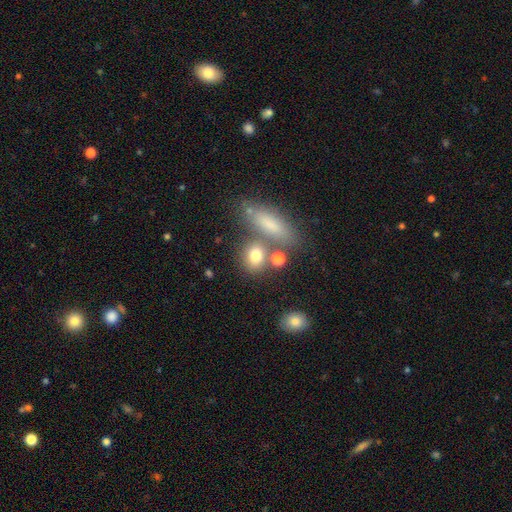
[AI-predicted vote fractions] Morphology: type=smooth (74%); roundness=round (54%); merging=none (60%).